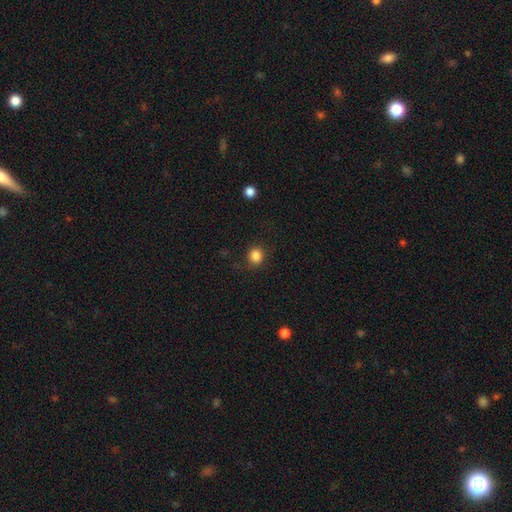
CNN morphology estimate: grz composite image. It shows a smooth galaxy with no disk features (85%) that is round (87%). Merging: none (86%).